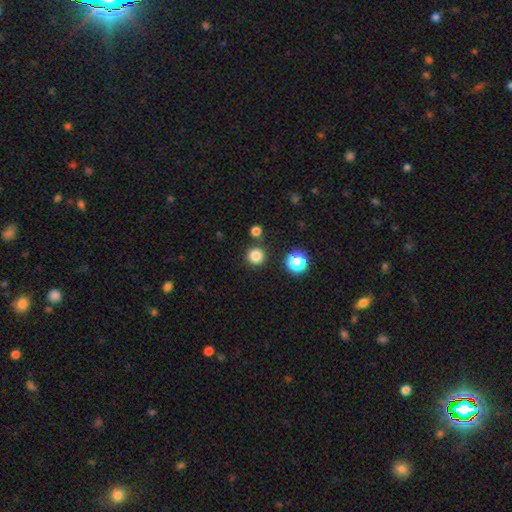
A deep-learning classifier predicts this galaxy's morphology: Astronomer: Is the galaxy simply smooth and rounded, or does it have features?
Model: smooth — 81%.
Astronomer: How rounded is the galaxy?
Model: round — 95%.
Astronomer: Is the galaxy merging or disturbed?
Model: none — 86%.